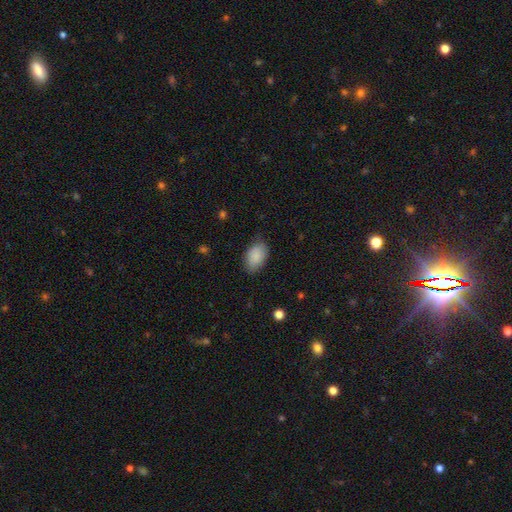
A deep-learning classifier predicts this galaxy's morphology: A smooth galaxy with no disk features (88%) that is in between round and cigar-shaped (91%). Merging: none (76%).